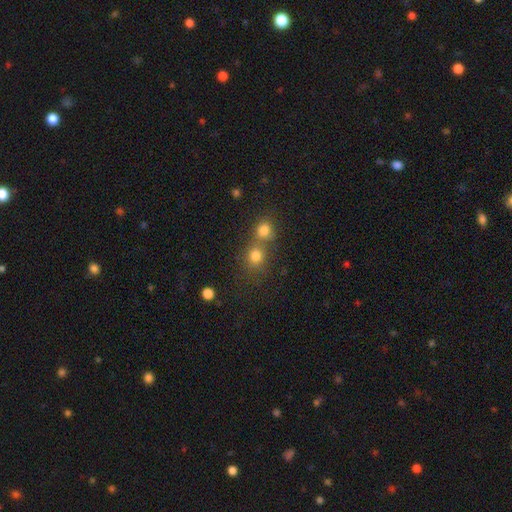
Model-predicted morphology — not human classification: This is likely a smooth galaxy (76%). How rounded: clearly round (81%). Merging: possibly none (46%).